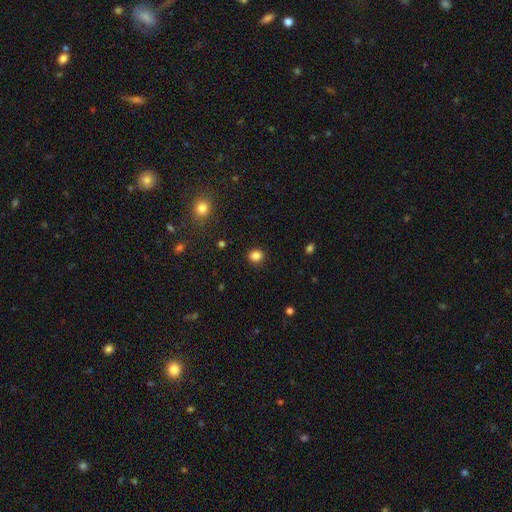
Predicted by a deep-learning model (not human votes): Q: Smooth or featured?
A: smooth (85%); runner-up: star or artifact (12%)
Q: How rounded?
A: round (80%); runner-up: in between (19%)
Q: Merging?
A: none (90%); runner-up: minor disturbance (6%)